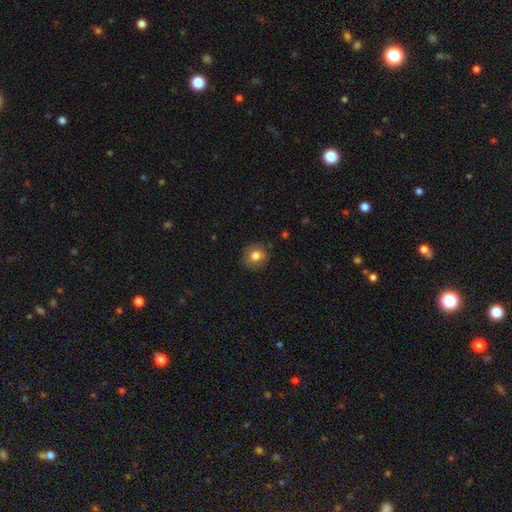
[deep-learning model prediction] This is likely a smooth galaxy (79%). How rounded: likely round (78%). Merging: clearly none (84%).